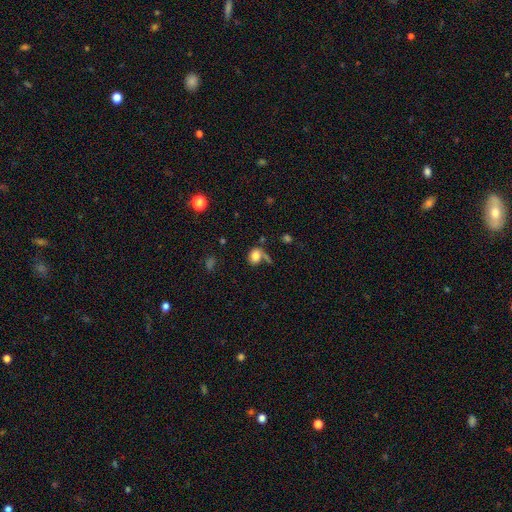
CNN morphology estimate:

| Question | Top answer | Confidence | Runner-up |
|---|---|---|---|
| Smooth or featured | smooth | 77% | featured or disk (13%) |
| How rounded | in between | 61% | round (37%) |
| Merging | none | 45% | merger (20%) |